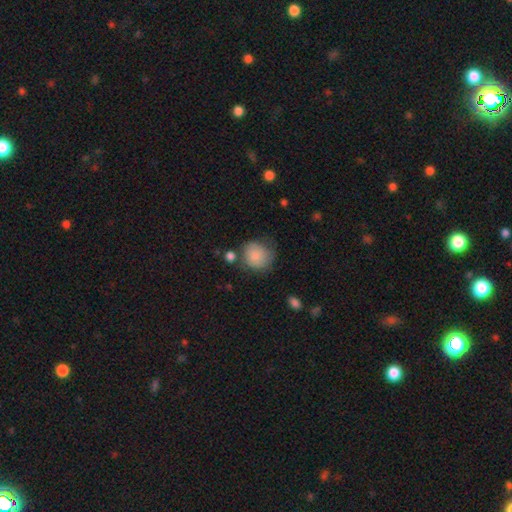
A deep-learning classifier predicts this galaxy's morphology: Overall: smooth (83%). How rounded: round (81%). Merging: none (55%; minor disturbance 27%).